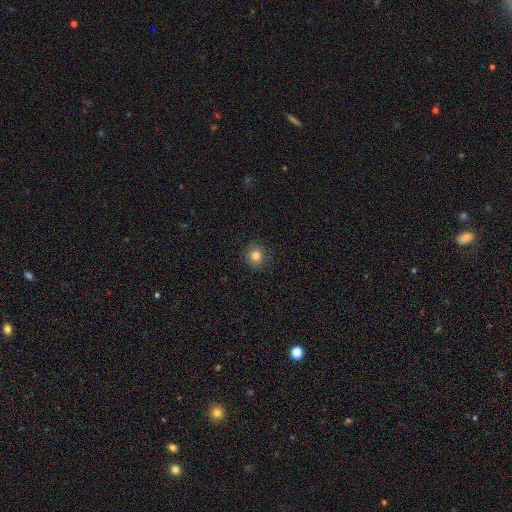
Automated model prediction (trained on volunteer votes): Overall: smooth (82%). How rounded: round (90%). Merging: none (89%).